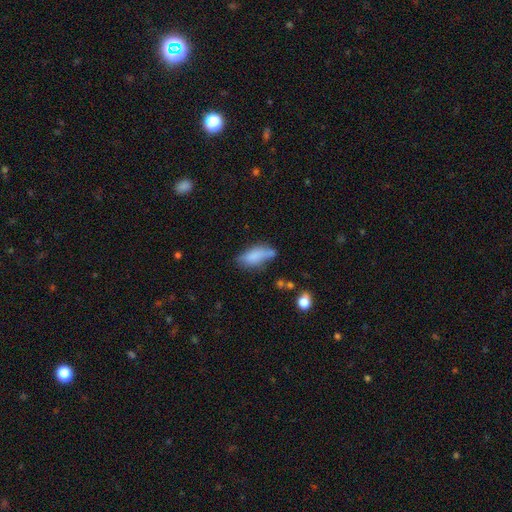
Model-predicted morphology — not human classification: A smooth galaxy with no disk features (77%) that is in between round and cigar-shaped (73%). Merging: none (50%).